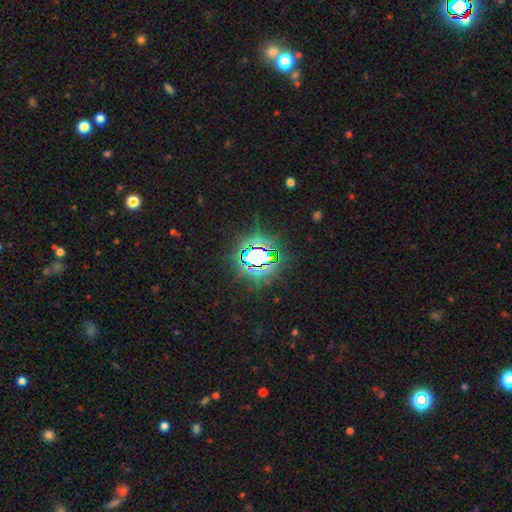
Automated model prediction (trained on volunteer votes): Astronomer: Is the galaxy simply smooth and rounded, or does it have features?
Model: star or artifact — 76%.